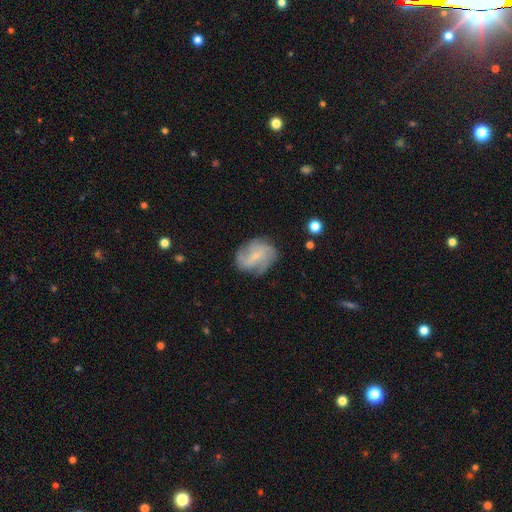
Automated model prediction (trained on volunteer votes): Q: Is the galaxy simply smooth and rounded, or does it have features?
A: featured or disk — 72%.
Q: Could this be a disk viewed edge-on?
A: no — 97%.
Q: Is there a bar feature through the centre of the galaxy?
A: no — 53%.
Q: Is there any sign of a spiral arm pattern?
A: yes — 89%.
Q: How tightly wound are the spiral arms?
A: medium — 43%.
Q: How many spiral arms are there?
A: can't tell — 27%.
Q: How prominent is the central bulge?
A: small — 77%.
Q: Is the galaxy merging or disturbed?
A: none — 70%.